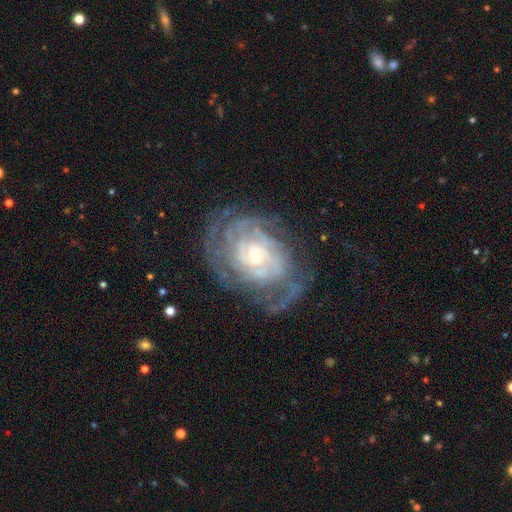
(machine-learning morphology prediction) Smooth or featured: featured or disk — 86% (smooth — 8%)
Edge-on disk: no — 96% (yes — 4%)
Bar: no — 74% (weak — 21%)
Spiral arms: yes — 92% (no — 8%)
Spiral winding: tight — 72% (medium — 23%)
Spiral arm count: can't tell — 42% (4 — 15%)
Bulge size: small — 63% (moderate — 32%)
Merging: none — 64% (minor disturbance — 20%)